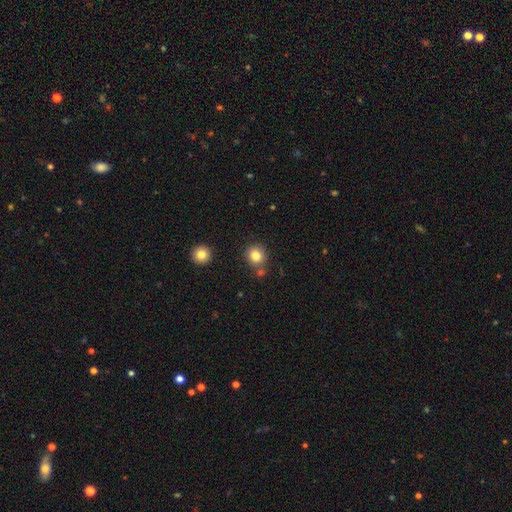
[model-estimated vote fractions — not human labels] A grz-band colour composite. It shows a smooth galaxy with no disk features (82%) that is round (86%). Merging: none (79%).